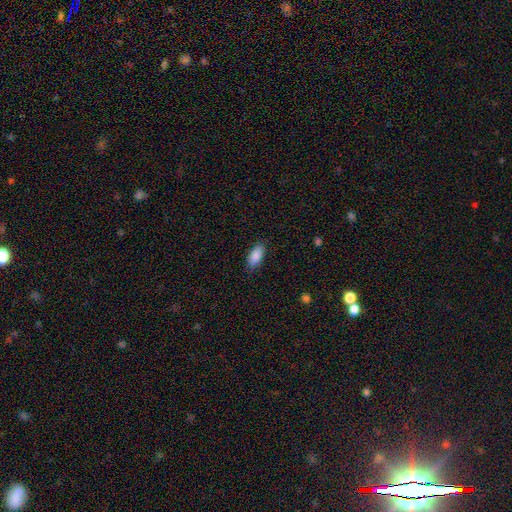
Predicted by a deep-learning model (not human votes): The model was most divided on "merging": none: 85%, minor disturbance: 12%, major disturbance: 3%, merger: 1%. More confident: smooth or featured — smooth (89%); how rounded — in between (88%).